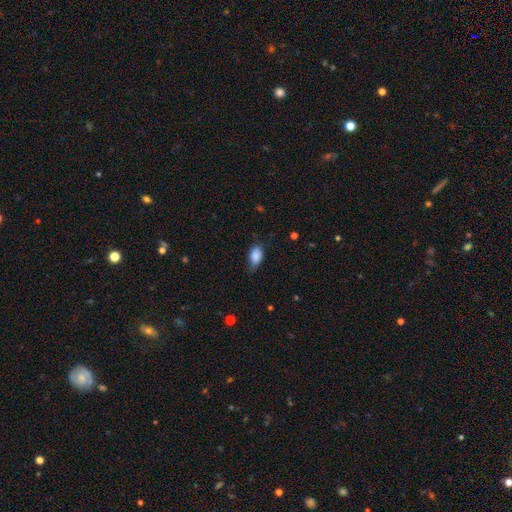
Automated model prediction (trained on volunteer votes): This is clearly a smooth galaxy (86%). How rounded: clearly in between (90%). Merging: possibly none (59%).